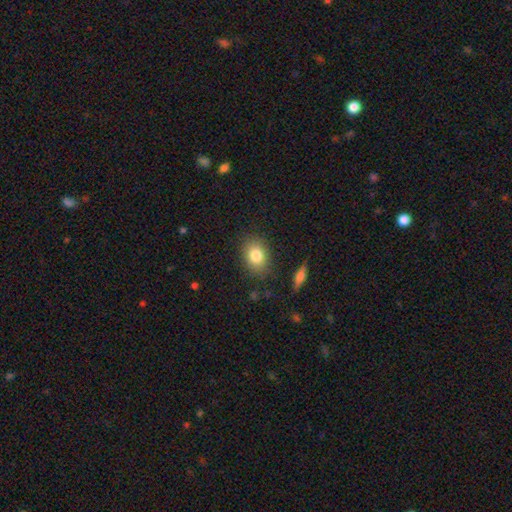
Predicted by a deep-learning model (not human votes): A smooth galaxy with no disk features (82%) that is in between round and cigar-shaped (70%). Merging: none (85%).